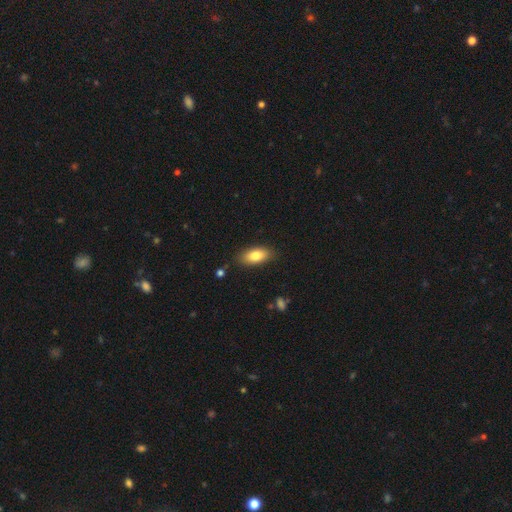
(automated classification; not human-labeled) smooth 81%, featured or disk 12%, star or artifact 7%. Down the decision tree: how rounded — in between (89%); merging — none (84%).